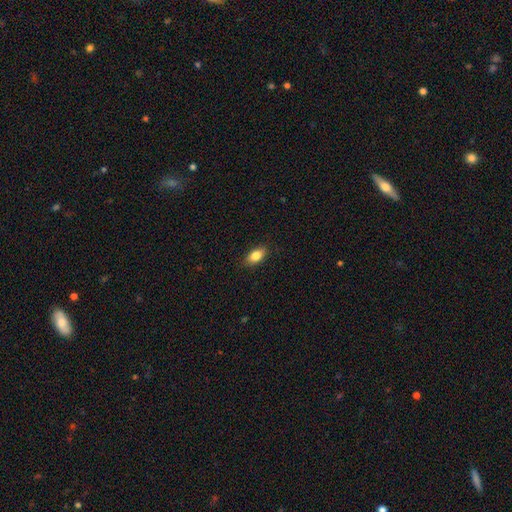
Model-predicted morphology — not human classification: Smooth or featured? Predicted: smooth (p=0.82). How rounded? Predicted: in between (p=0.87). Merging? Predicted: none (p=0.87).